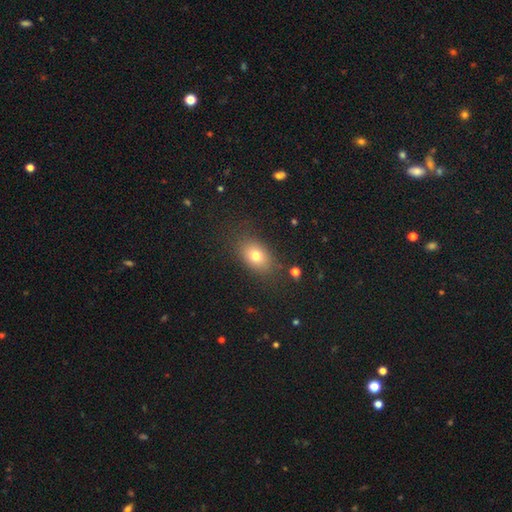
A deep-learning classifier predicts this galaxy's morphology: smooth_or_featured: smooth (p=0.76) [alt: featured or disk p=0.13]
how_rounded: in between (p=0.75) [alt: round p=0.24]
merging: none (p=0.81) [alt: minor disturbance p=0.13]